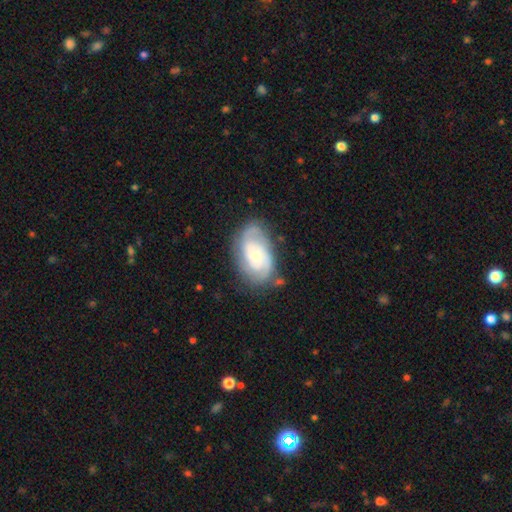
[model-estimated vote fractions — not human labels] The model was most divided on "bulge size": moderate: 52%, small: 42%, large: 4%, none: 1%, dominant: 1%. More confident: edge-on disk — no (96%); spiral arms — yes (92%); smooth or featured — featured or disk (78%); merging — none (69%); bar — no (67%); spiral winding — tight (57%); spiral arm count — 2 (52%).